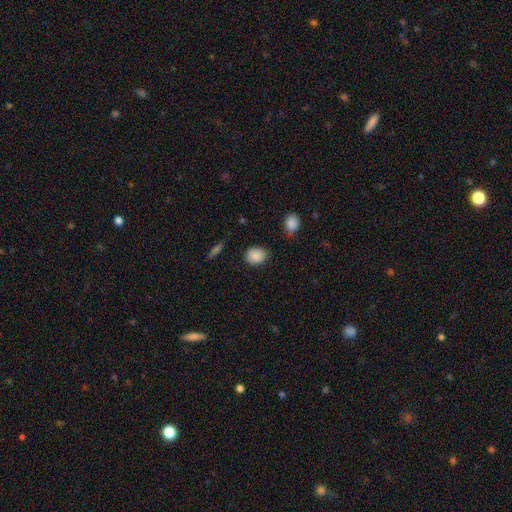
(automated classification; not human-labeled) Overall: smooth (88%). How rounded: round (51%; in between 47%). Merging: none (80%).